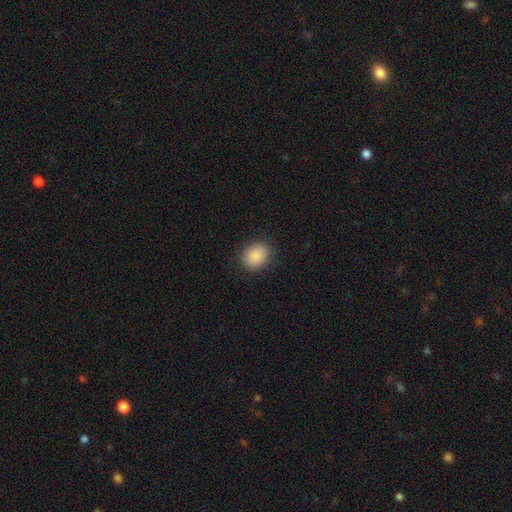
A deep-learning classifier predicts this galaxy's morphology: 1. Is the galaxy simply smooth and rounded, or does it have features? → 89% smooth, 8% star or artifact, 4% featured or disk.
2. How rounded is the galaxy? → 52% round, 47% in between, 1% cigar-shaped.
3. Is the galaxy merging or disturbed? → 88% none, 8% minor disturbance, 3% major disturbance, 1% merger.